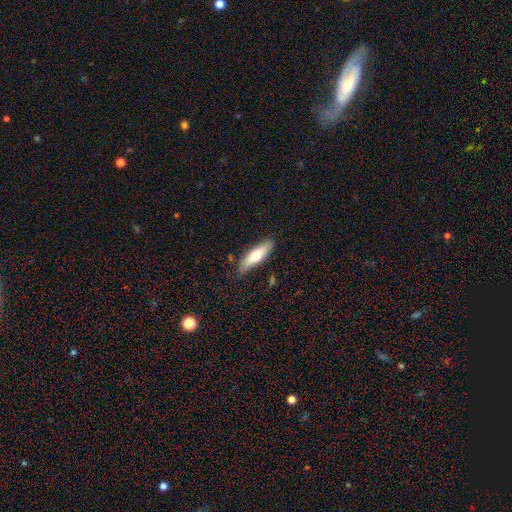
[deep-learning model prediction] A smooth galaxy with no disk features (63%) that is cigar-shaped (61%).

Vote fractions:
- Smooth or featured? smooth: 63% / featured or disk: 32% / star or artifact: 6%
- How rounded? cigar-shaped: 61% / in between: 37% / round: 2%
- Merging? none: 82% / minor disturbance: 14% / major disturbance: 3% / merger: 2%